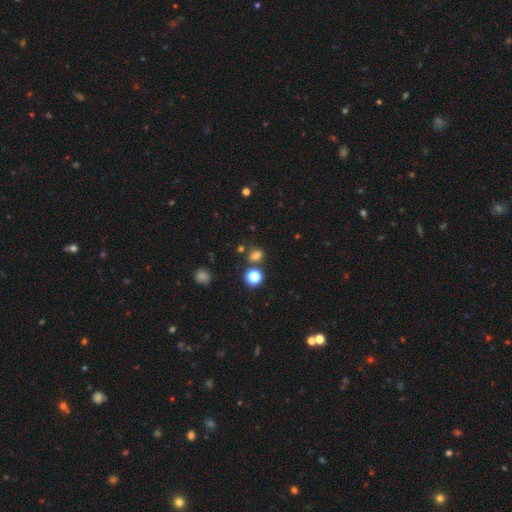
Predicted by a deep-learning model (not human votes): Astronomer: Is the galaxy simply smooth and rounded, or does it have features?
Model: smooth — 67%.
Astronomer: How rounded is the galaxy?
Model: round — 50% (runner-up: in between, 48%).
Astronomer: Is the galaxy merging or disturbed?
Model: none — 73%.